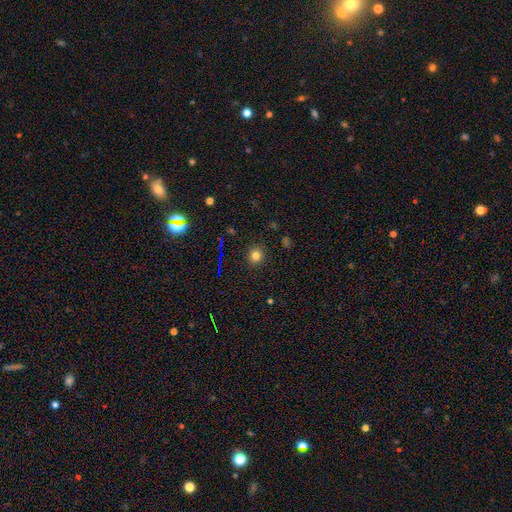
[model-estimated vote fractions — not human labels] A smooth galaxy with no disk features (76%) that is round (89%).

Vote fractions:
- Smooth or featured? smooth: 76% / star or artifact: 17% / featured or disk: 7%
- How rounded? round: 89% / in between: 10% / cigar-shaped: 1%
- Merging? none: 90% / minor disturbance: 6% / major disturbance: 2% / merger: 1%